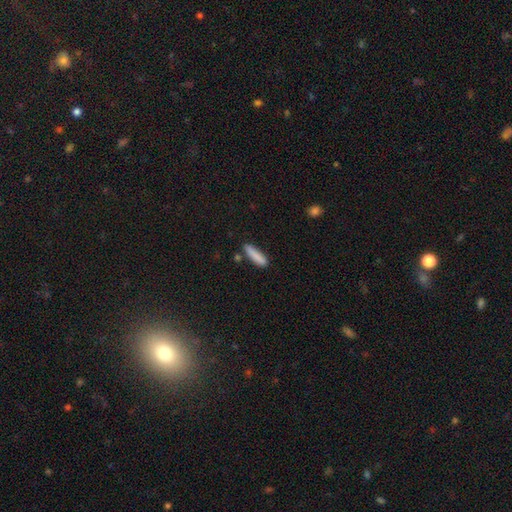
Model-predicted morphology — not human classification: This appears to be a smooth galaxy with no disk features (86%) that is cigar-shaped (79%). Merging: none (81%).